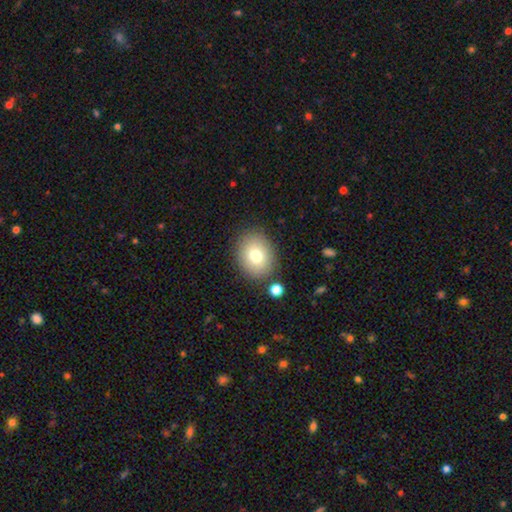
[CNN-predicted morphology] A smooth galaxy with no disk features (77%) that is in between round and cigar-shaped (51%). Merging: none (84%).